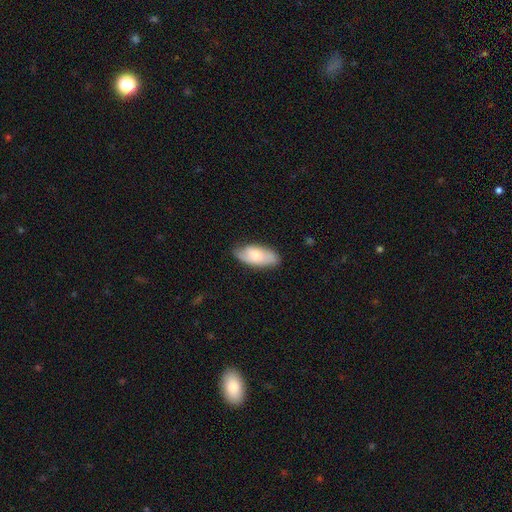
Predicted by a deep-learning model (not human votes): This appears to be a smooth galaxy with no disk features (63%) that is in between round and cigar-shaped (88%). Merging: none (74%).